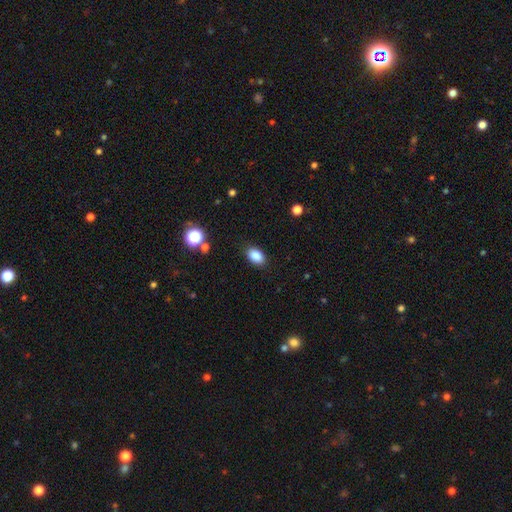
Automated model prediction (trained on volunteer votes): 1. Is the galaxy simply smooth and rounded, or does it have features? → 86% smooth, 9% star or artifact, 4% featured or disk.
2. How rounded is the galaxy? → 89% in between, 10% round, 1% cigar-shaped.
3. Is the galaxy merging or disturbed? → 88% none, 9% minor disturbance, 2% major disturbance, 1% merger.